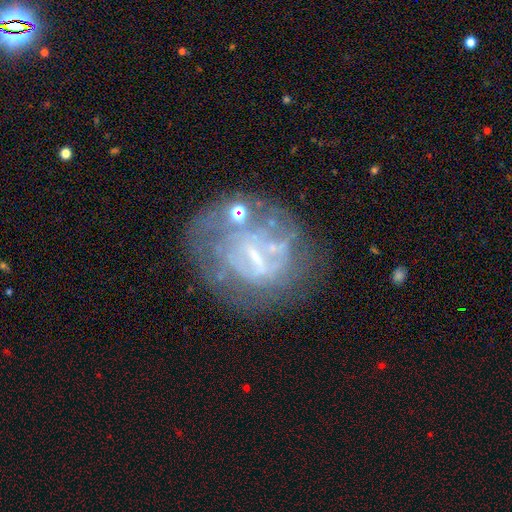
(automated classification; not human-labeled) This appears to be a featured or disk galaxy (68%) with a weak bar (41%), no spiral arms (62%) and a small central bulge (48%). Merging: none (47%).